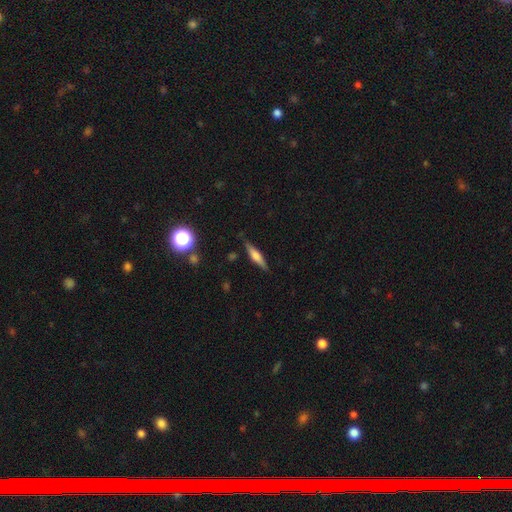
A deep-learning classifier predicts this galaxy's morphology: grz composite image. It shows a featured or disk galaxy (52%) viewed edge-on (95%). Merging: none (85%).